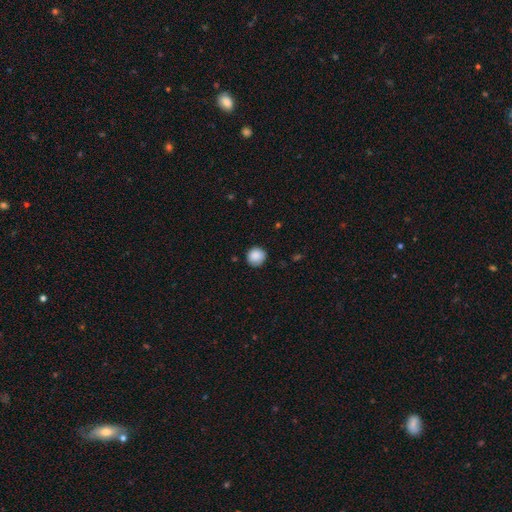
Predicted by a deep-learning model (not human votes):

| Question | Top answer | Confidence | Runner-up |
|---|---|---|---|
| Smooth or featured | smooth | 88% | star or artifact (8%) |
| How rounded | round | 92% | in between (7%) |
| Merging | none | 85% | minor disturbance (12%) |